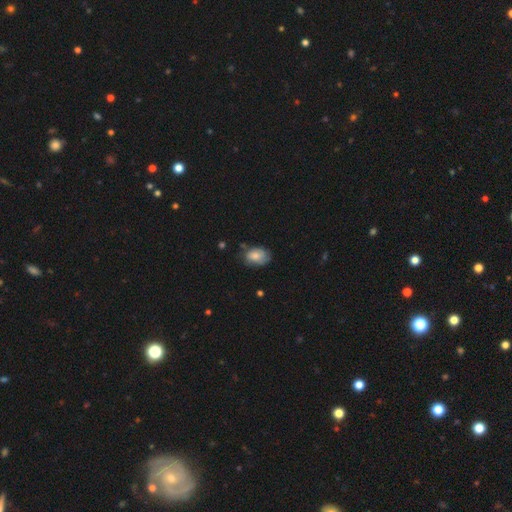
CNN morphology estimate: type=smooth (72%); roundness=in between (81%); merging=none (59%).